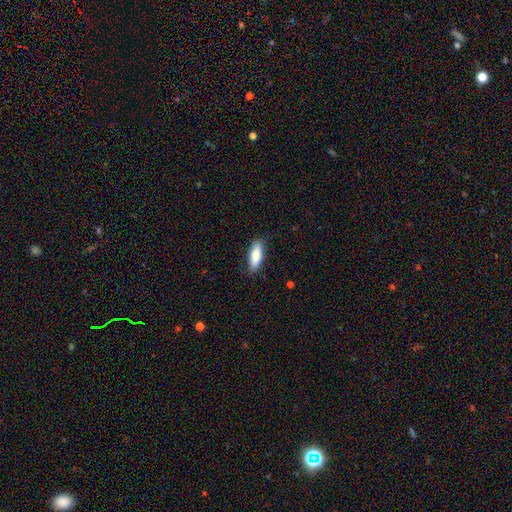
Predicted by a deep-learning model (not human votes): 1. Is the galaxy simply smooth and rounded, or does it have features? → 82% smooth, 12% featured or disk, 6% star or artifact.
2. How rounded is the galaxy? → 63% in between, 35% cigar-shaped, 2% round.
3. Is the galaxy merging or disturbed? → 85% none, 12% minor disturbance, 2% major disturbance, 1% merger.